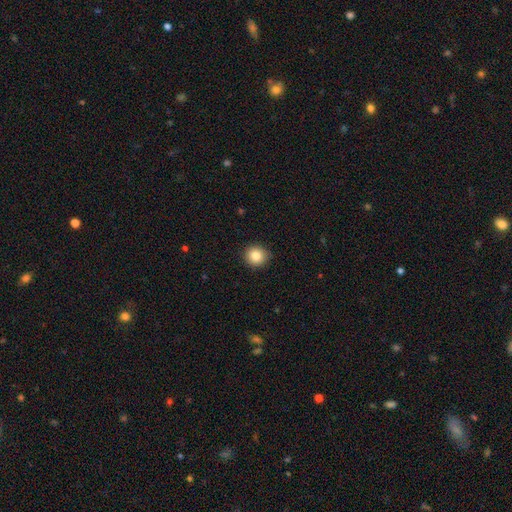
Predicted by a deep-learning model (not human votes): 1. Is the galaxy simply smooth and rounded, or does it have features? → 84% smooth, 10% star or artifact, 7% featured or disk.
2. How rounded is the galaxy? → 90% round, 9% in between, 1% cigar-shaped.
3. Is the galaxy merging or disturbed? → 89% none, 9% minor disturbance, 2% major disturbance, 1% merger.